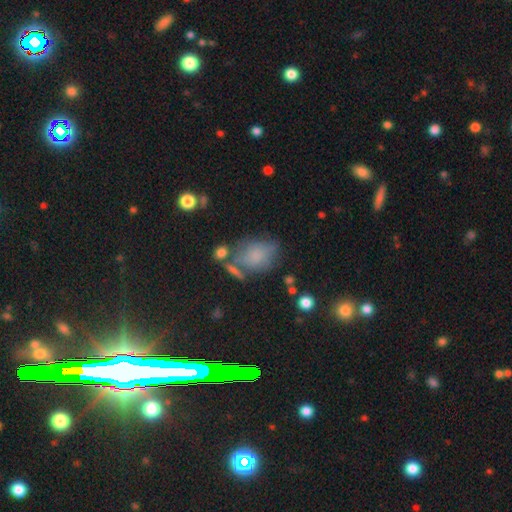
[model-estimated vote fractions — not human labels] Q: Smooth or featured?
A: smooth (71%); runner-up: featured or disk (16%)
Q: How rounded?
A: in between (67%); runner-up: round (31%)
Q: Merging?
A: none (47%); runner-up: minor disturbance (25%)